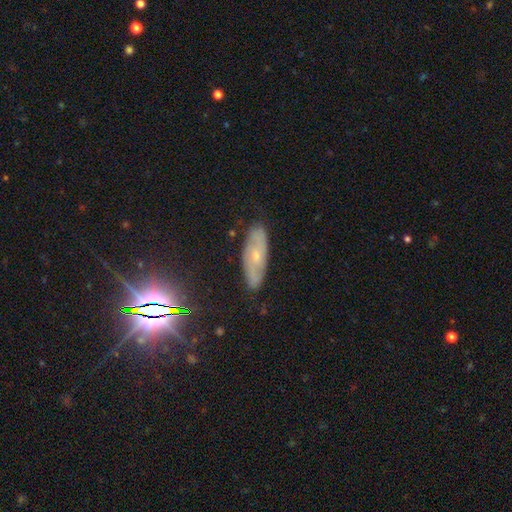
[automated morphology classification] type=featured or disk (57%); edge-on=no (72%); merging=none (82%).